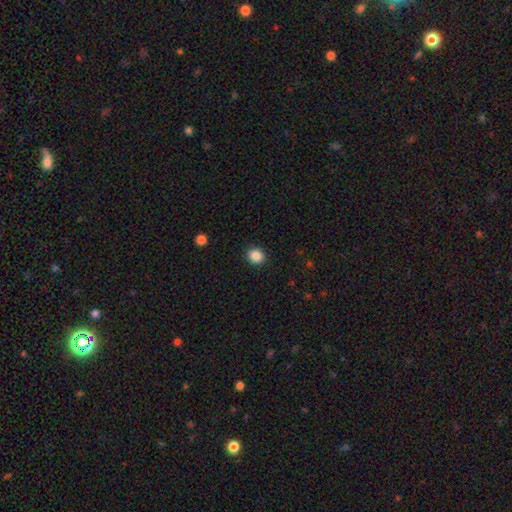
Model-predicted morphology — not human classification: A smooth galaxy with no disk features (87%) that is round (70%).

Vote fractions:
- Smooth or featured? smooth: 87% / star or artifact: 10% / featured or disk: 3%
- How rounded? round: 70% / in between: 29% / cigar-shaped: 1%
- Merging? none: 90% / minor disturbance: 6% / major disturbance: 2% / merger: 1%